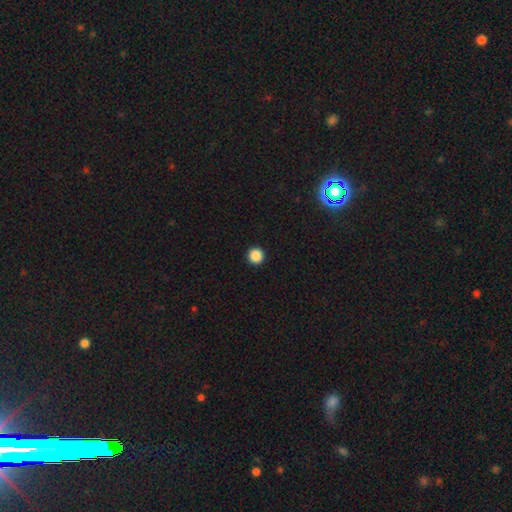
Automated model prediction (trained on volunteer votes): This appears to be a smooth galaxy with no disk features (88%) that is round (96%). Merging: none (94%).